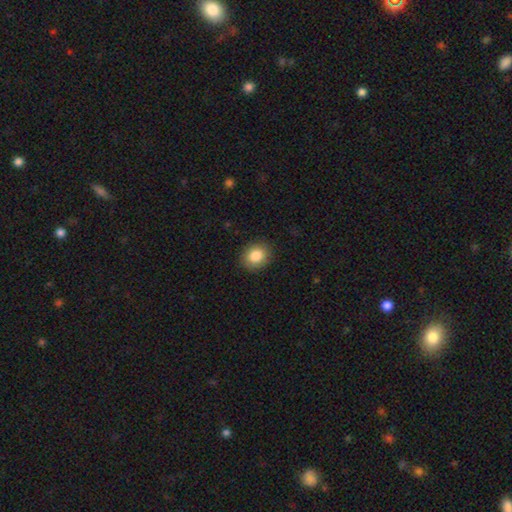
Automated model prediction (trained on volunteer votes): A smooth galaxy with no disk features (86%) that is round (66%). Merging: none (88%).